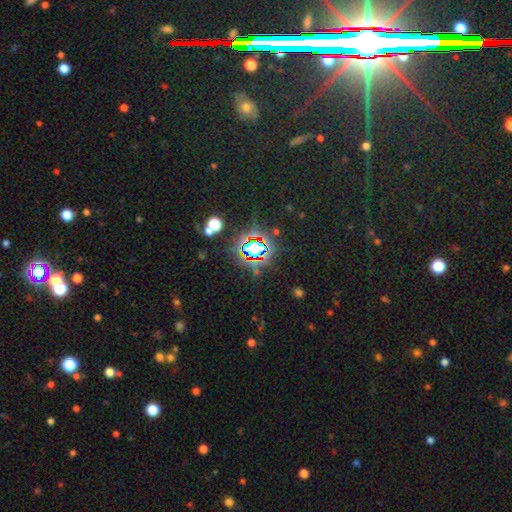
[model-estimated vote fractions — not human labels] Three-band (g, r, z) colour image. It shows a star or artifact, not a galaxy (77%).